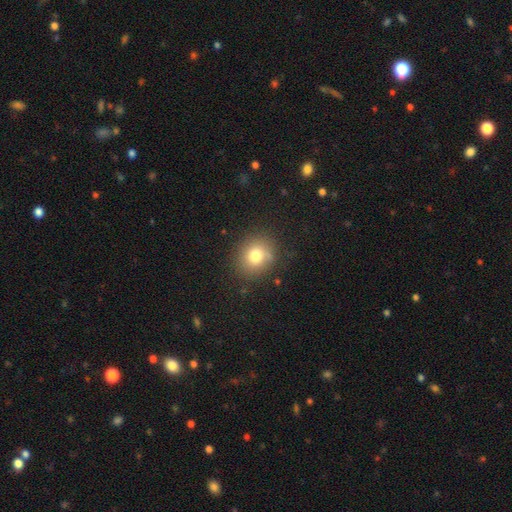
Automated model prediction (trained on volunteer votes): Smooth or featured? smooth (77%)
How rounded? round (73%)
Merging? none (79%)